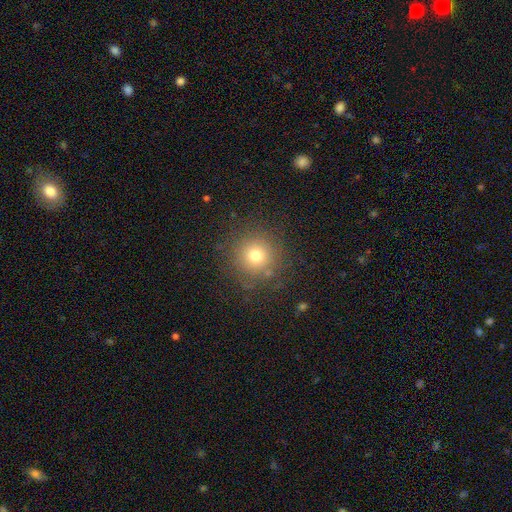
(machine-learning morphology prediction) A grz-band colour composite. It shows a smooth galaxy with no disk features (73%) that is round (94%). Merging: none (84%).